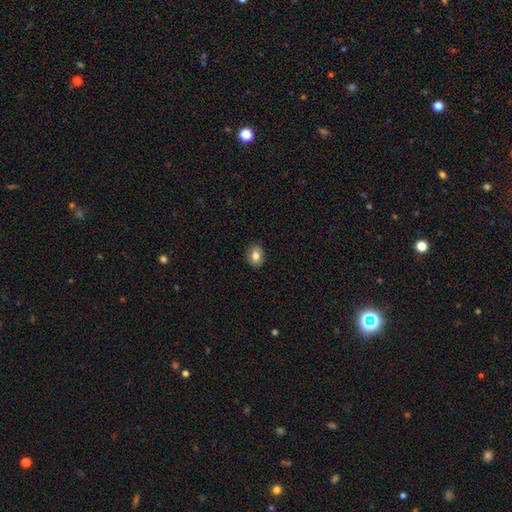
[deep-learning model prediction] smooth-or-featured: smooth: 79% | featured or disk: 13% | star or artifact: 8%
  how-rounded: in between: 61% | round: 38% | cigar-shaped: 1%
  merging: none: 87% | minor disturbance: 10% | major disturbance: 2% | merger: 1%